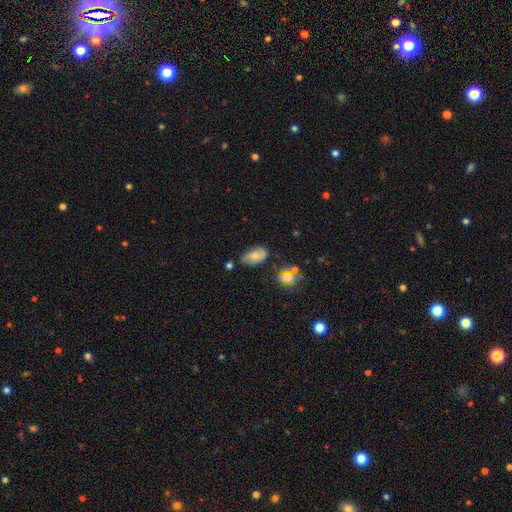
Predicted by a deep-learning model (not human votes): This is possibly a smooth galaxy (57%). How rounded: clearly in between (90%). Merging: possibly none (59%).